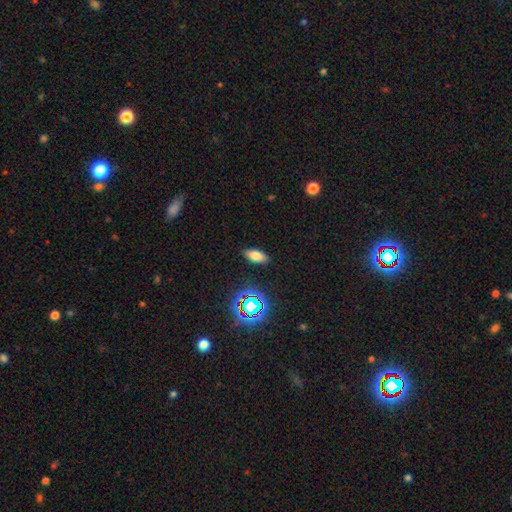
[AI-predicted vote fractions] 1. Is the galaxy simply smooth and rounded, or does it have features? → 72% smooth, 16% star or artifact, 12% featured or disk.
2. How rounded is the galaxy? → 85% in between, 11% cigar-shaped, 4% round.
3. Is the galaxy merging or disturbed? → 88% none, 9% minor disturbance, 2% major disturbance, 1% merger.